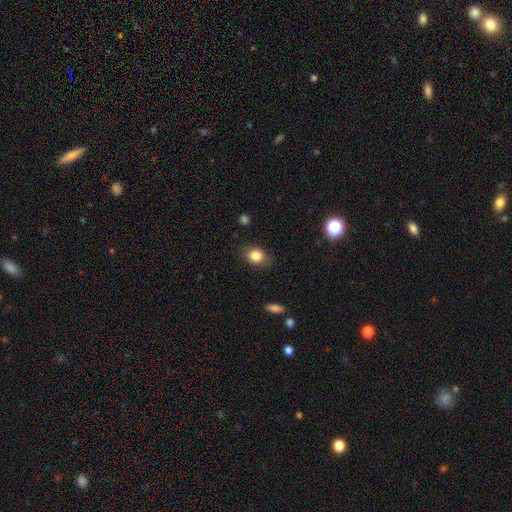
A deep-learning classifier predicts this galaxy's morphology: A smooth galaxy with no disk features (82%) that is in between round and cigar-shaped (61%).

Vote fractions:
- Smooth or featured? smooth: 82% / star or artifact: 9% / featured or disk: 9%
- How rounded? in between: 61% / round: 38% / cigar-shaped: 2%
- Merging? none: 80% / minor disturbance: 15% / major disturbance: 4% / merger: 1%